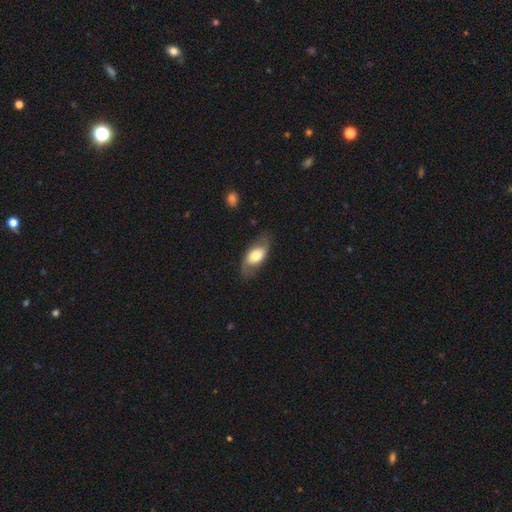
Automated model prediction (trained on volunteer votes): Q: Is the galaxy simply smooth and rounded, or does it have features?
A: featured or disk — 49%.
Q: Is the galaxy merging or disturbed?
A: none — 72%.